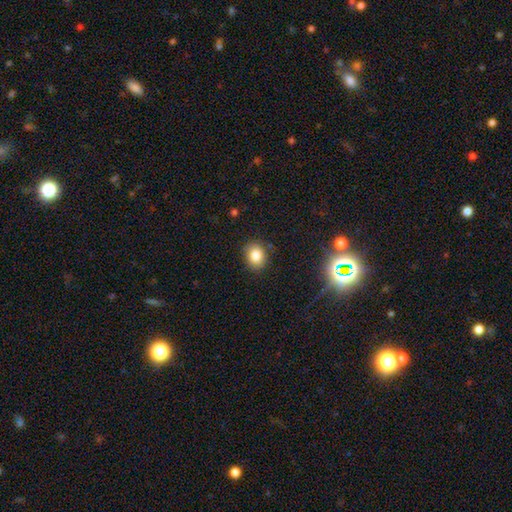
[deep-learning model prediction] Q: Smooth or featured?
A: smooth (83%); runner-up: star or artifact (11%)
Q: How rounded?
A: round (52%); runner-up: in between (47%)
Q: Merging?
A: none (85%); runner-up: minor disturbance (11%)